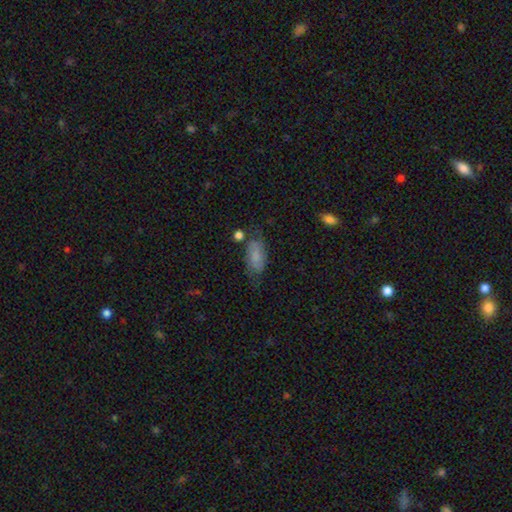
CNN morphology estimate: Q: Smooth or featured?
A: smooth (72%); runner-up: featured or disk (20%)
Q: How rounded?
A: in between (89%); runner-up: cigar-shaped (8%)
Q: Merging?
A: none (56%); runner-up: minor disturbance (27%)